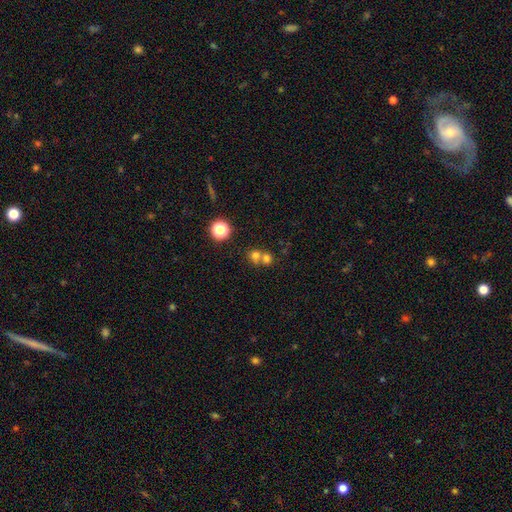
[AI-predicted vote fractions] Smooth or featured? smooth (70%)
How rounded? round (81%)
Merging? merger (55%)